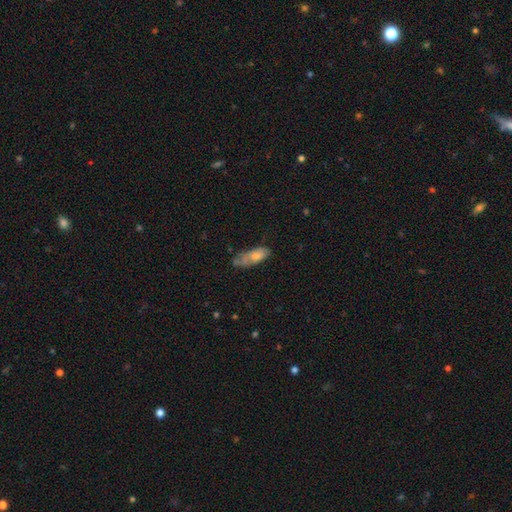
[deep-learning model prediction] This is possibly a smooth galaxy (56%). How rounded: likely in between (69%). Merging: possibly none (50%).